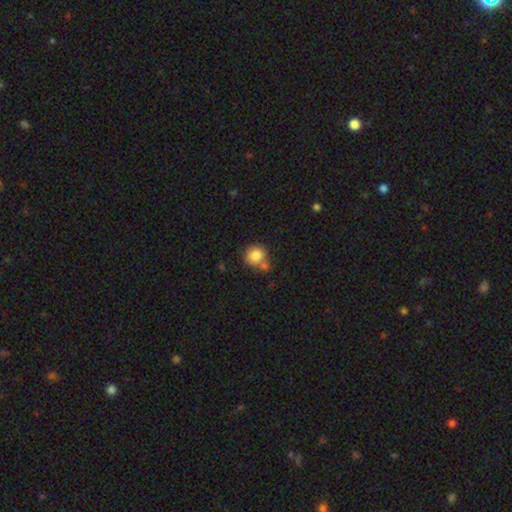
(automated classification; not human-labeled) Smooth or featured?
  - smooth: 83% *
  - star or artifact: 9%
  - featured or disk: 8%
How rounded?
  - round: 85% *
  - in between: 14%
  - cigar-shaped: 1%
Merging?
  - none: 56% *
  - merger: 25%
  - minor disturbance: 15%
  - major disturbance: 4%